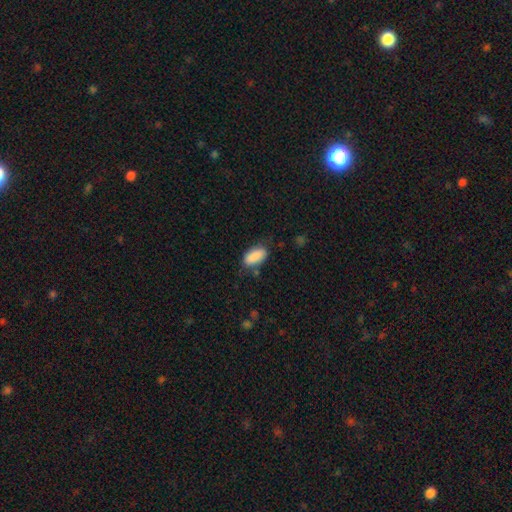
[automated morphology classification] Smooth or featured? Predicted: smooth (p=0.88). How rounded? Predicted: in between (p=0.90). Merging? Predicted: none (p=0.73).